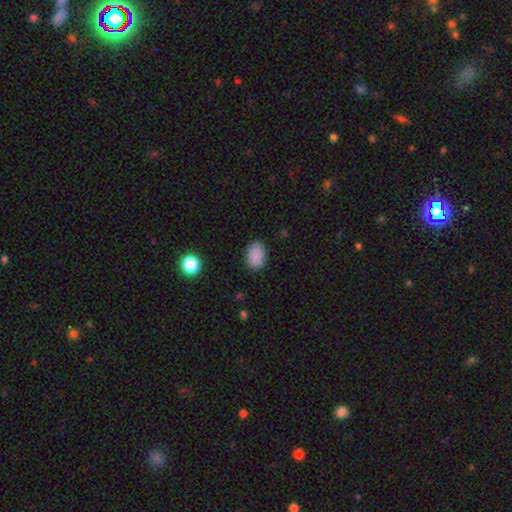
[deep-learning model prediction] Smooth or featured? smooth (88%)
How rounded? in between (83%)
Merging? none (85%)